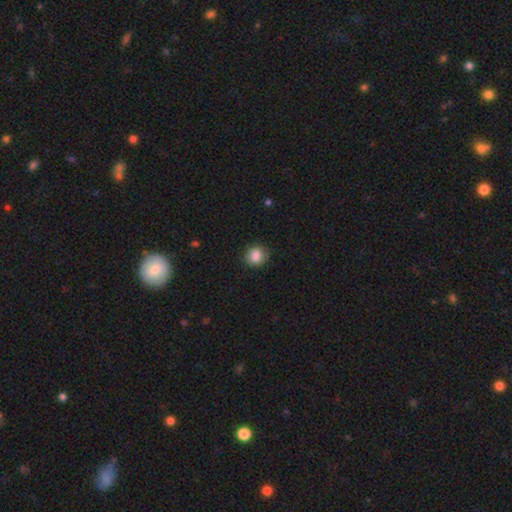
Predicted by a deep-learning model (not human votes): smooth_or_featured: smooth (p=0.86) [alt: star or artifact p=0.09]
how_rounded: round (p=0.76) [alt: in between p=0.23]
merging: none (p=0.82) [alt: minor disturbance p=0.14]